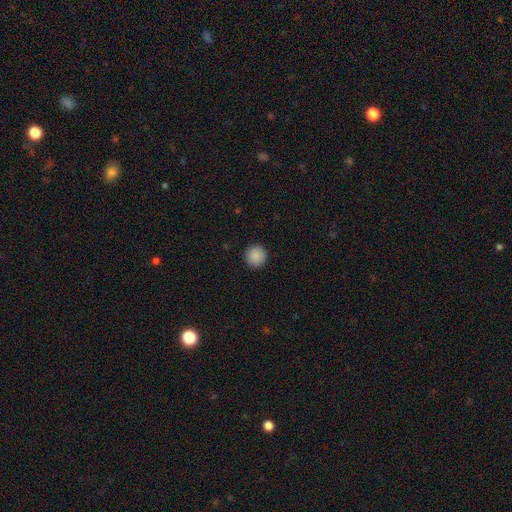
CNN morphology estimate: Q: Smooth or featured?
A: smooth (89%); runner-up: star or artifact (8%)
Q: How rounded?
A: round (96%); runner-up: in between (3%)
Q: Merging?
A: none (92%); runner-up: minor disturbance (5%)